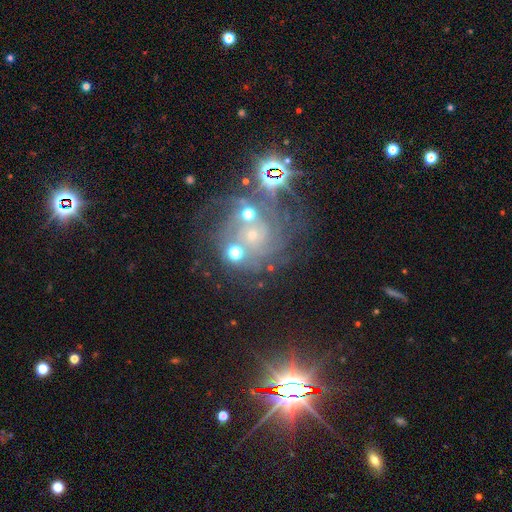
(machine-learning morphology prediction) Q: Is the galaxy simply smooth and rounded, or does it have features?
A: star or artifact — 59%.